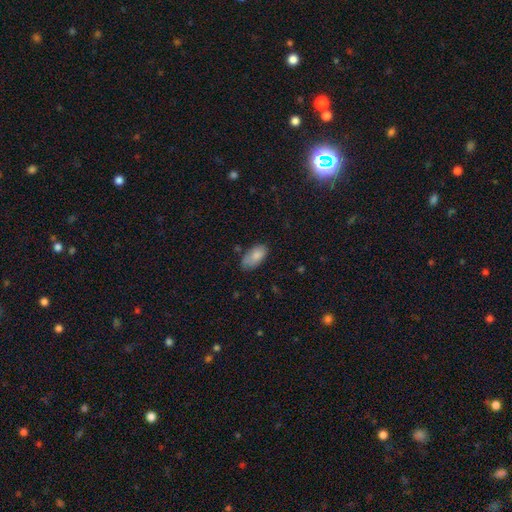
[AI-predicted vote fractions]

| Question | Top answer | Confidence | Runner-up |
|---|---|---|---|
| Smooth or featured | smooth | 84% | featured or disk (9%) |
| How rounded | in between | 93% | cigar-shaped (4%) |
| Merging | none | 65% | minor disturbance (26%) |